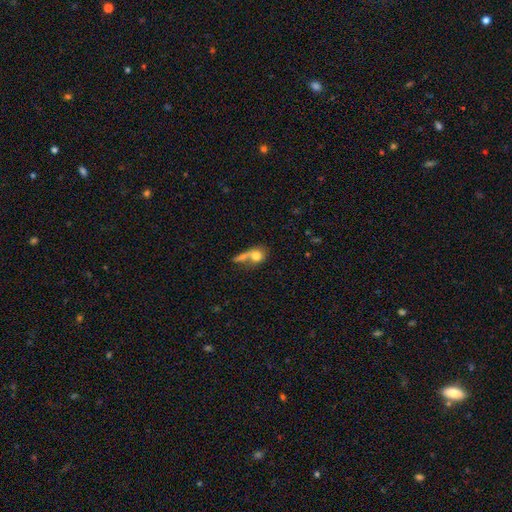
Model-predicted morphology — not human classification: The model was most divided on "how rounded": round: 54%, in between: 39%, cigar-shaped: 7%. Remaining: smooth or featured — smooth (72%); merging — merger (46%).